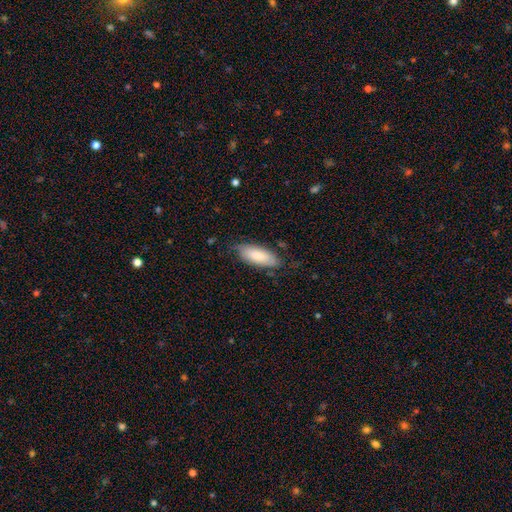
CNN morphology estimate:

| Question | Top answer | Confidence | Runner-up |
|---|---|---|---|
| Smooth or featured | smooth | 78% | featured or disk (16%) |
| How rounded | in between | 78% | cigar-shaped (21%) |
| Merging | none | 72% | minor disturbance (22%) |